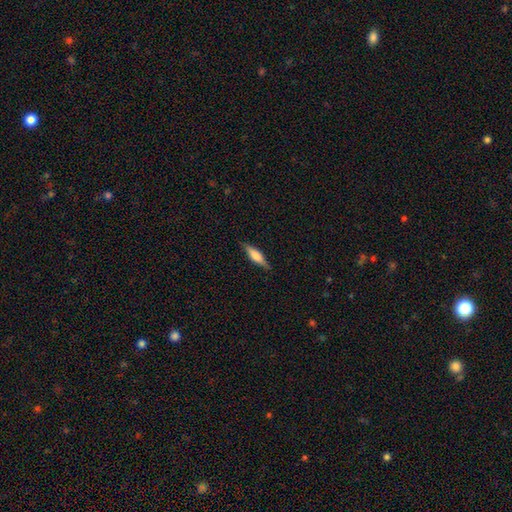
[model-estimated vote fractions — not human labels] Morphology: type=smooth (52%); roundness=cigar-shaped (68%); merging=none (85%).